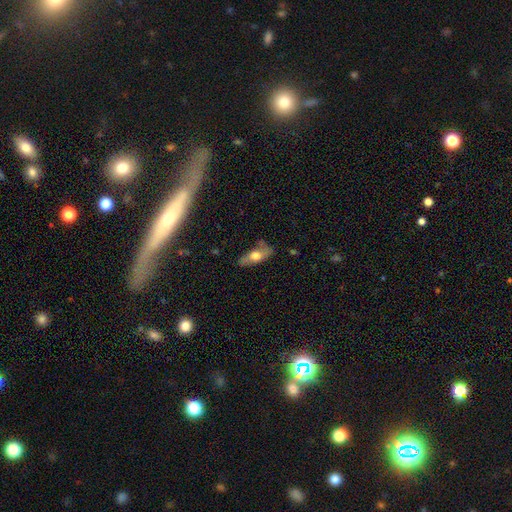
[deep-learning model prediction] smooth 54%, featured or disk 39%, star or artifact 7%. Down the decision tree: how rounded — in between (68%); merging — none (65%).